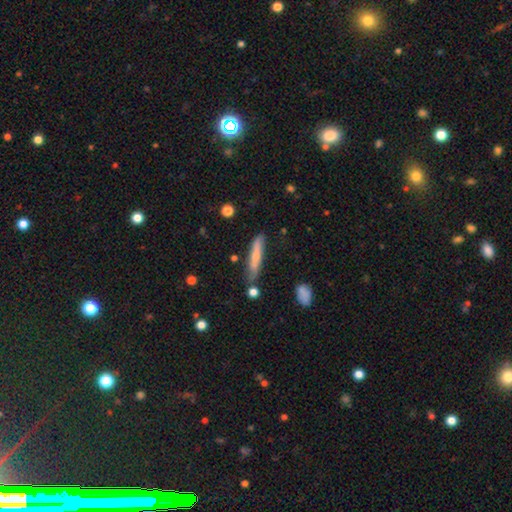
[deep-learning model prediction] This is likely a smooth galaxy (61%). How rounded: clearly cigar-shaped (90%). Merging: likely none (71%).